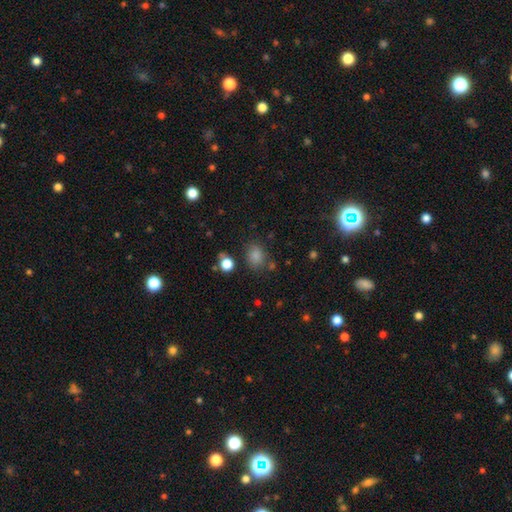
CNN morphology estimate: Smooth or featured: smooth — 82% (star or artifact — 13%)
How rounded: in between — 50% (round — 49%)
Merging: none — 74% (minor disturbance — 15%)